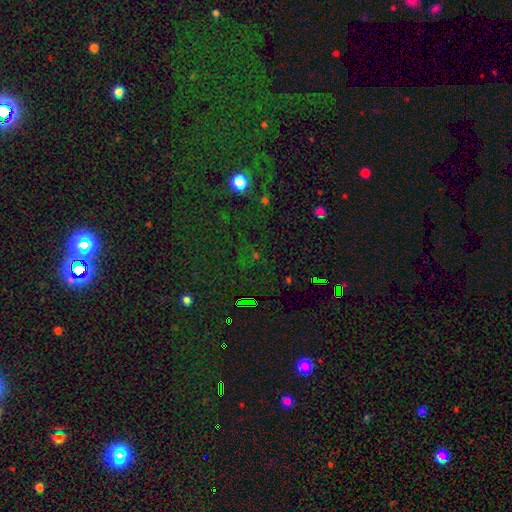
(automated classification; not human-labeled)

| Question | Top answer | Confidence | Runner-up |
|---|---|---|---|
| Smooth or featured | star or artifact | 70% | smooth (22%) |